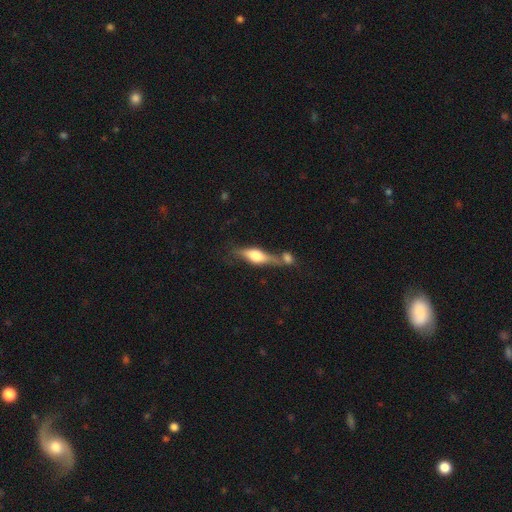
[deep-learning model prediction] This is possibly a featured or disk galaxy (56%). It is clearly viewed edge-on (89%). Edge-on bulge: clearly rounded (88%). Merging: marginally none (44%).